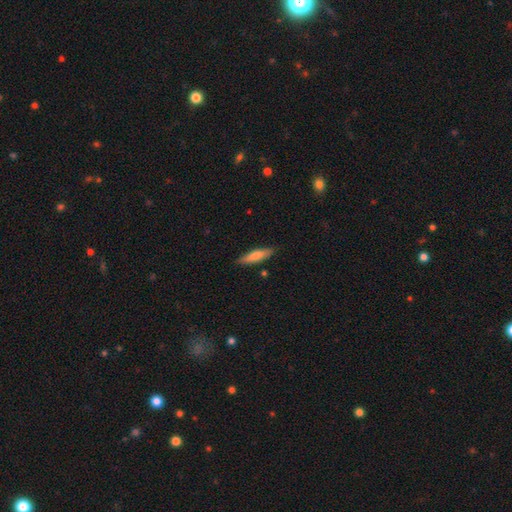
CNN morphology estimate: smooth_or_featured: smooth (p=0.71) [alt: featured or disk p=0.23]
how_rounded: cigar-shaped (p=0.71) [alt: in between p=0.27]
merging: none (p=0.86) [alt: minor disturbance p=0.11]